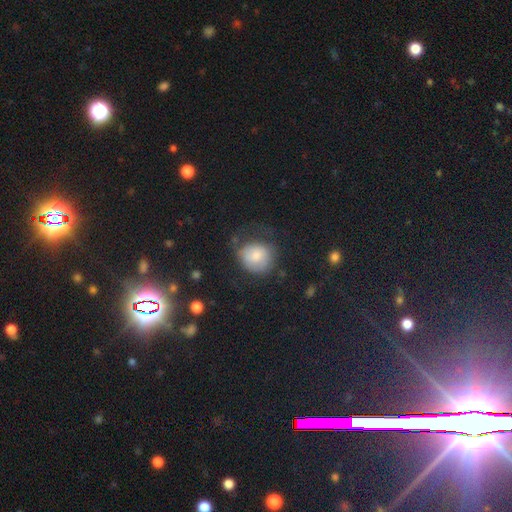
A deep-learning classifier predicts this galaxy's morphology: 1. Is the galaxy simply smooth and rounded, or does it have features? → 72% smooth, 20% featured or disk, 8% star or artifact.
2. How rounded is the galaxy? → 76% round, 23% in between, 1% cigar-shaped.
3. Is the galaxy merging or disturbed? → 49% none, 26% minor disturbance, 23% major disturbance, 2% merger.